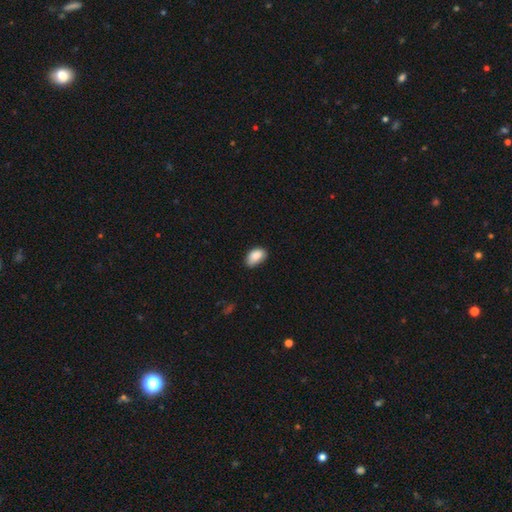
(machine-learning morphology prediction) smooth 88%, star or artifact 7%, featured or disk 5%. Down the decision tree: how rounded — in between (92%); merging — none (70%).